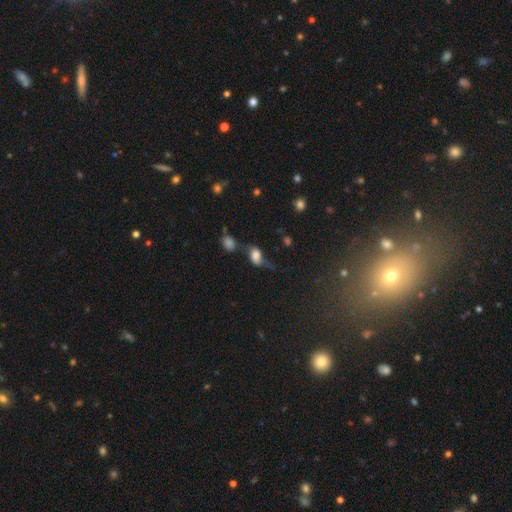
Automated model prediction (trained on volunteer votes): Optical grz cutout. It shows a smooth galaxy with no disk features (60%) that is in between round and cigar-shaped (77%). Merging: none (31%).